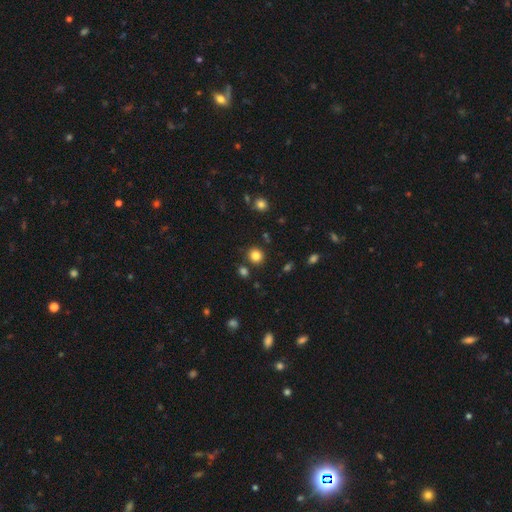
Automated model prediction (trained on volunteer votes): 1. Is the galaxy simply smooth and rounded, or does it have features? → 83% smooth, 12% star or artifact, 5% featured or disk.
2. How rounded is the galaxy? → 88% round, 11% in between, 1% cigar-shaped.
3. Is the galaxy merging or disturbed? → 86% none, 7% minor disturbance, 5% merger, 3% major disturbance.